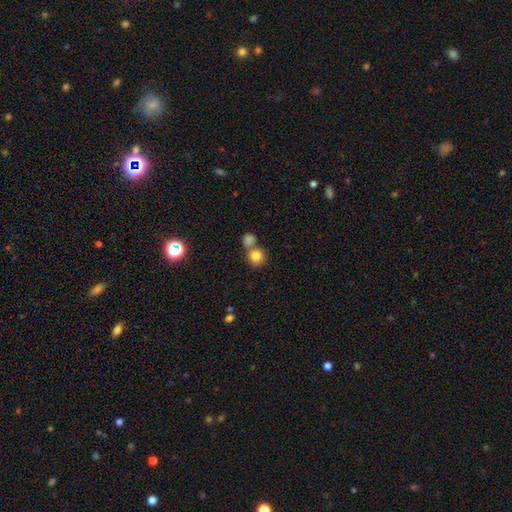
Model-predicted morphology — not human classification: Smooth or featured: smooth — 81% (star or artifact — 10%)
How rounded: round — 86% (in between — 13%)
Merging: none — 53% (merger — 35%)